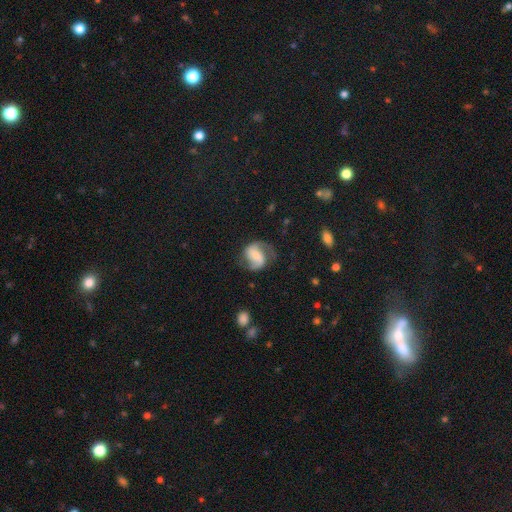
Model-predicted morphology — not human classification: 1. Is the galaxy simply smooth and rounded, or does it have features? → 76% featured or disk, 18% smooth, 6% star or artifact.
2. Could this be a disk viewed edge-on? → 97% no, 3% yes.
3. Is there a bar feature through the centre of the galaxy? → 39% weak, 33% strong, 29% no.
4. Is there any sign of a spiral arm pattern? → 94% yes, 6% no.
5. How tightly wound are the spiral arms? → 48% medium, 33% loose, 19% tight.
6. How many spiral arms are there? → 88% 2, 4% 1, 4% can't tell, 1% 3, 1% 4, 1% more than 4.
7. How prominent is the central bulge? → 43% small, 34% moderate, 12% none, 9% large, 2% dominant.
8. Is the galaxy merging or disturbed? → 67% none, 19% minor disturbance, 12% major disturbance, 2% merger.